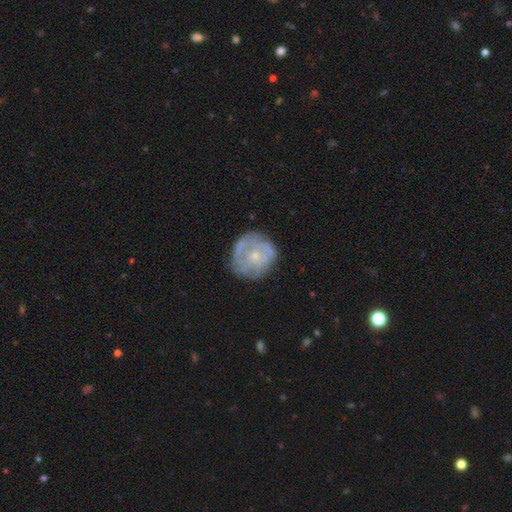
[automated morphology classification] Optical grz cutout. It shows a featured or disk galaxy (58%) with no bar (87%), no spiral arms (60%) and a small central bulge (63%). Merging: none (71%).